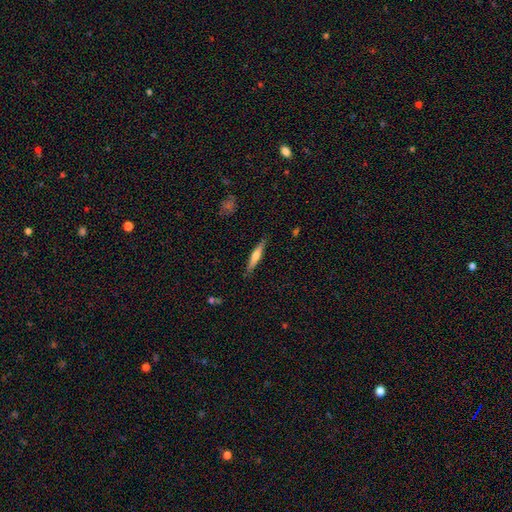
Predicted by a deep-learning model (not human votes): The model was most divided on "smooth or featured": smooth: 50%, featured or disk: 44%, star or artifact: 6%. More confident: how rounded — cigar-shaped (90%); merging — none (88%).